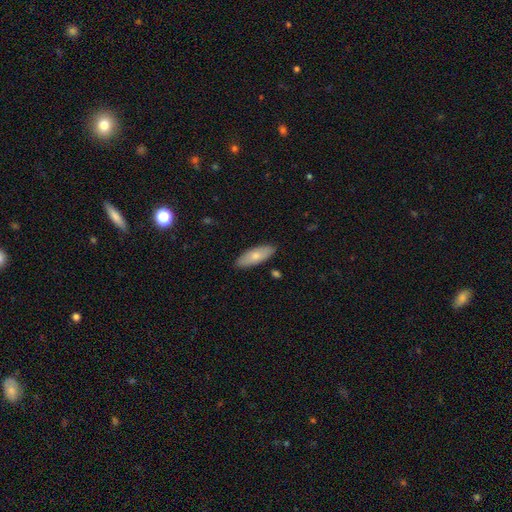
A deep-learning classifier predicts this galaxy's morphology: Smooth or featured? smooth (72%)
How rounded? in between (72%)
Merging? none (88%)